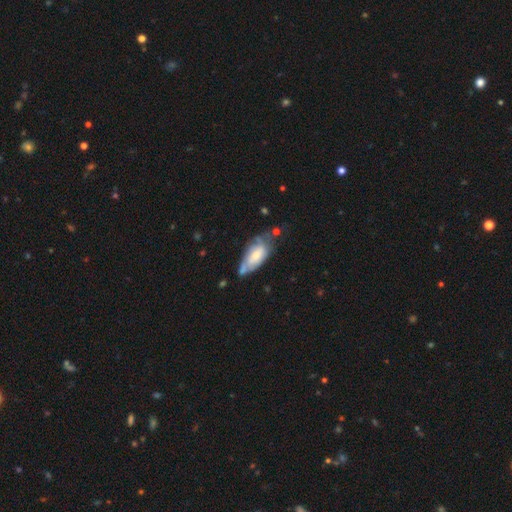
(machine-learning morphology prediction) Overall: smooth (50%; featured or disk 44%). Merging: none (38%; minor disturbance 34%).